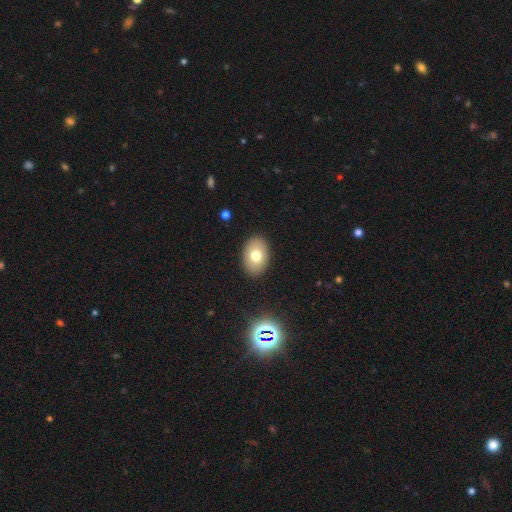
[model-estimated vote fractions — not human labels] Q: Smooth or featured?
A: smooth (74%); runner-up: featured or disk (16%)
Q: How rounded?
A: in between (85%); runner-up: round (14%)
Q: Merging?
A: none (89%); runner-up: minor disturbance (7%)